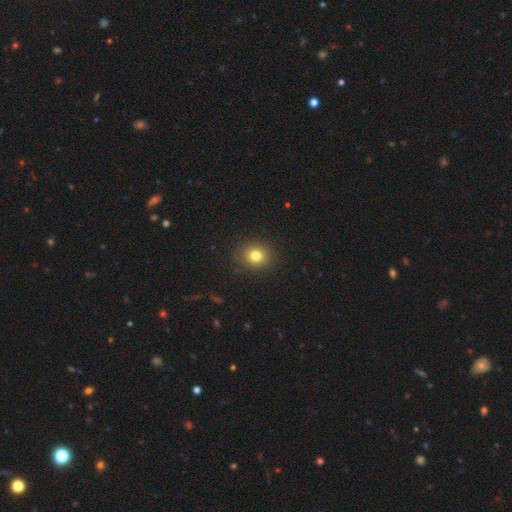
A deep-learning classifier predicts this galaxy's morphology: smooth_or_featured: smooth (p=0.80) [alt: star or artifact p=0.13]
how_rounded: round (p=0.78) [alt: in between p=0.21]
merging: none (p=0.89) [alt: minor disturbance p=0.07]